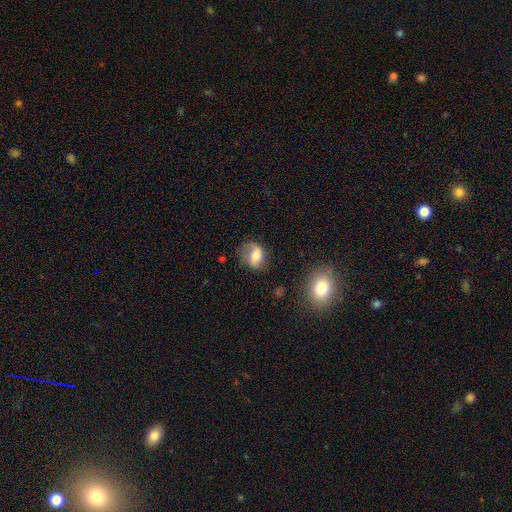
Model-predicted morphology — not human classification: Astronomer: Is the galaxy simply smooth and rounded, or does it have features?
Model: smooth — 60%.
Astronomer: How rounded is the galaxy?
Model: in between — 62%.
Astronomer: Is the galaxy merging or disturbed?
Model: none — 55%.